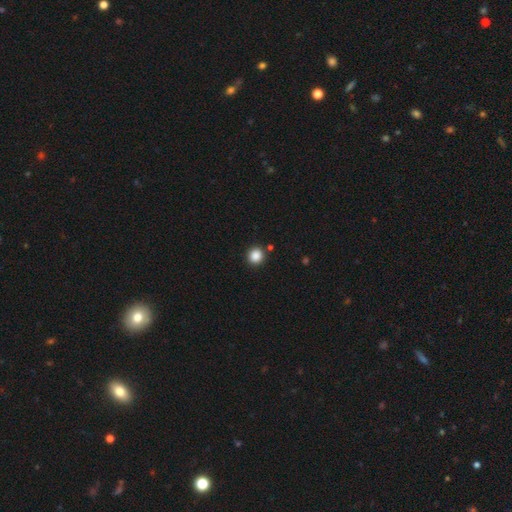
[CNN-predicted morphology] This appears to be a smooth galaxy with no disk features (87%) that is round (91%). Merging: none (89%).